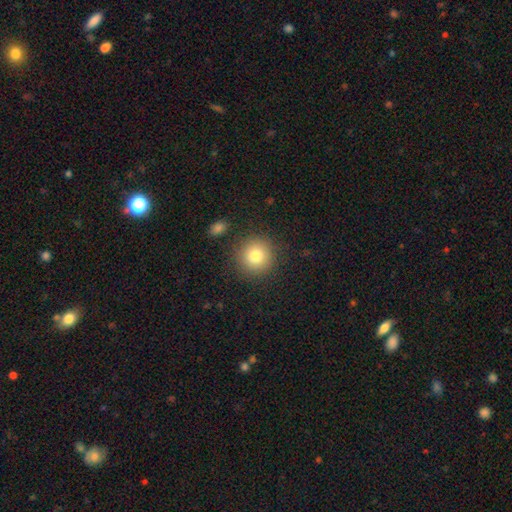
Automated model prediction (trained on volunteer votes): smooth 80%, star or artifact 10%, featured or disk 10%. Down the decision tree: how rounded — round (93%); merging — none (87%).